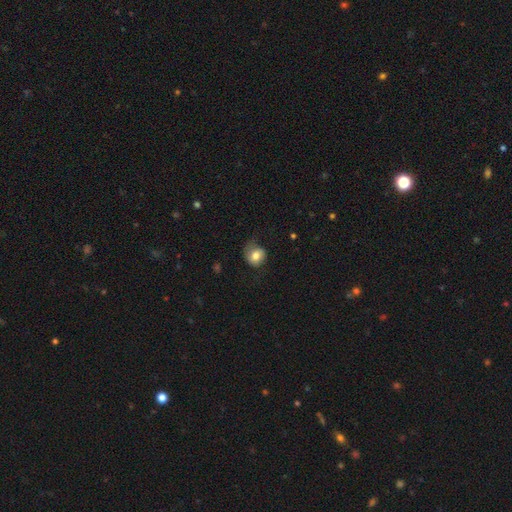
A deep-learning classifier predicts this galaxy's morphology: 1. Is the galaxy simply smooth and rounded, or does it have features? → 73% smooth, 19% featured or disk, 8% star or artifact.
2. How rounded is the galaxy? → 70% round, 29% in between, 1% cigar-shaped.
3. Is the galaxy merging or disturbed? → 50% none, 30% minor disturbance, 19% major disturbance, 2% merger.